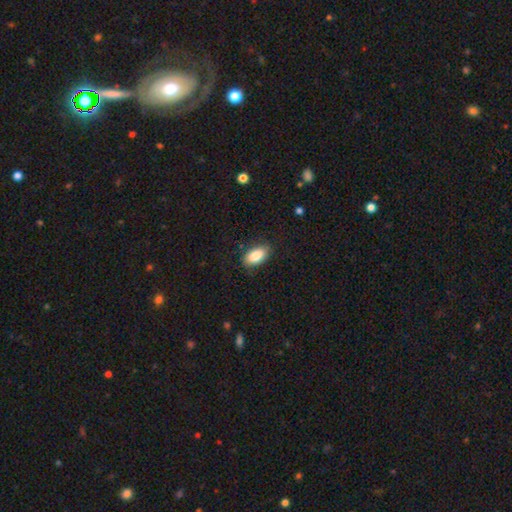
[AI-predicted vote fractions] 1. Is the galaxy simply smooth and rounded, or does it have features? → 86% smooth, 7% star or artifact, 7% featured or disk.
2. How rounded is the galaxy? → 93% in between, 5% round, 2% cigar-shaped.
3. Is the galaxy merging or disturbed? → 83% none, 13% minor disturbance, 3% major disturbance, 1% merger.